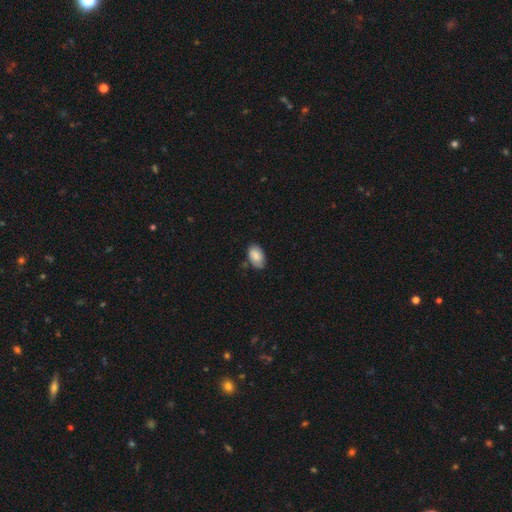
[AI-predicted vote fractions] Morphology: type=smooth (82%); roundness=in between (92%); merging=none (75%).